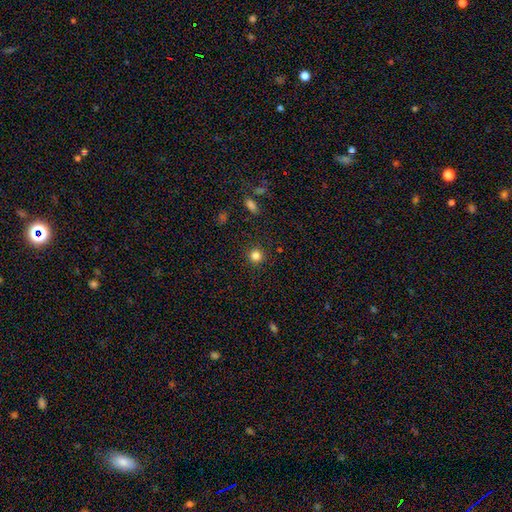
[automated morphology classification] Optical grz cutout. It shows a smooth galaxy with no disk features (83%) that is round (94%). Merging: none (91%).